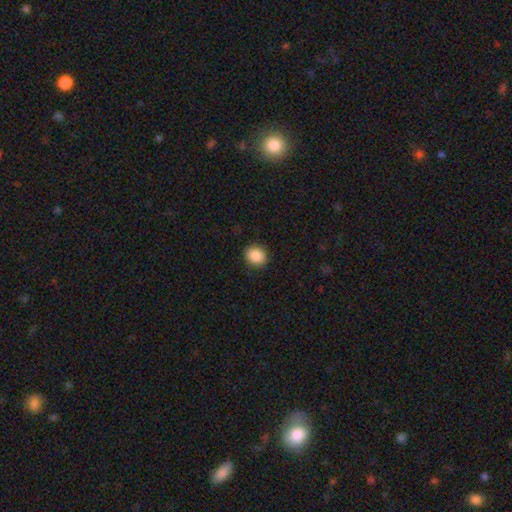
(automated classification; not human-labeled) This appears to be a smooth galaxy with no disk features (88%) that is round (77%). Merging: none (90%).